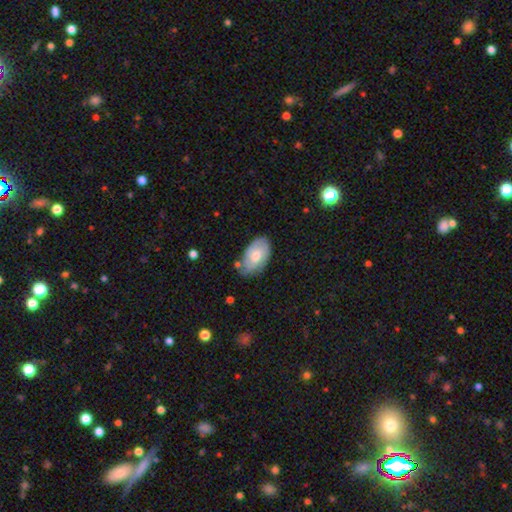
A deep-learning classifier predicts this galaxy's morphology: Overall: smooth (60%; featured or disk 34%). How rounded: in between (93%). Merging: none (68%).